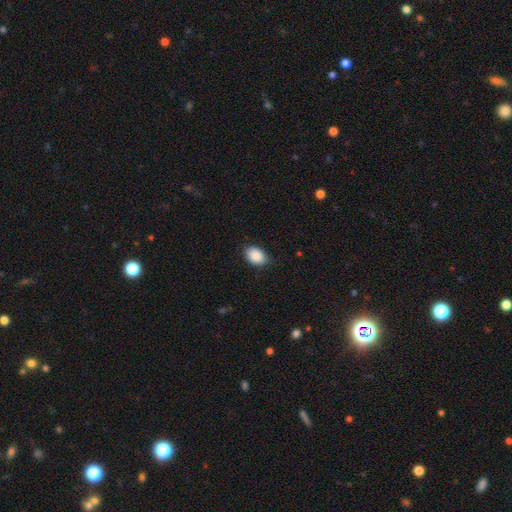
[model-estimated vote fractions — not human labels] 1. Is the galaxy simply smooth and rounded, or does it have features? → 89% smooth, 7% star or artifact, 4% featured or disk.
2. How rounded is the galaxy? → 85% in between, 14% round, 1% cigar-shaped.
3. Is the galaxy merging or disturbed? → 83% none, 14% minor disturbance, 2% major disturbance, 1% merger.